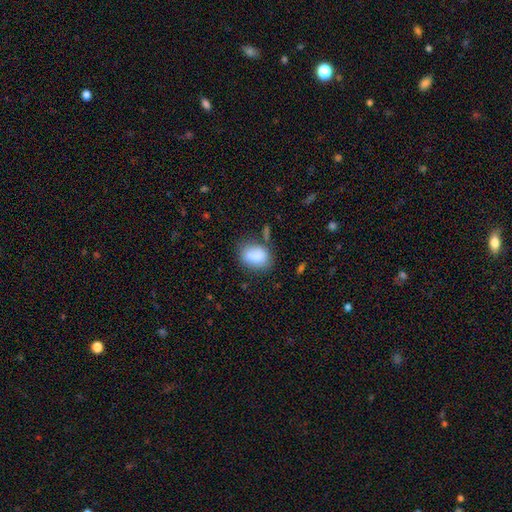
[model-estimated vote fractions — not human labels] This appears to be a smooth galaxy with no disk features (84%) that is in between round and cigar-shaped (67%). Merging: none (60%).